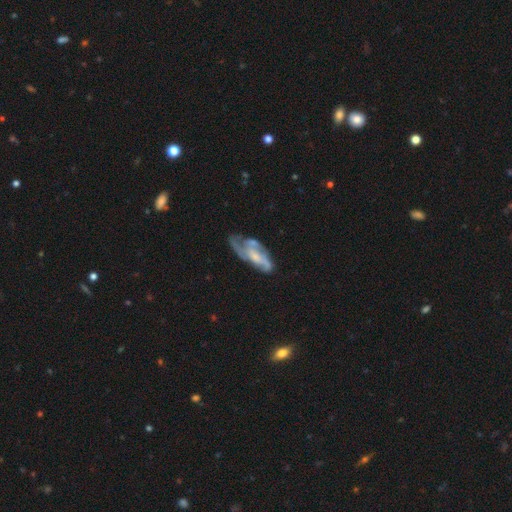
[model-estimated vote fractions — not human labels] featured or disk 66%, smooth 27%, star or artifact 7%. Down the decision tree: edge-on disk — no (88%); bar — no (62%); spiral arms — yes (71%); bulge size — small (38%); merging — none (39%).